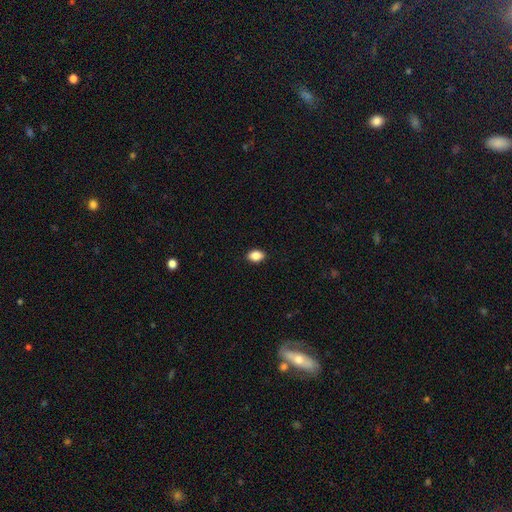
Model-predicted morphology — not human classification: Smooth or featured?
  - smooth: 87% *
  - star or artifact: 8%
  - featured or disk: 4%
How rounded?
  - in between: 79% *
  - round: 19%
  - cigar-shaped: 1%
Merging?
  - none: 89% *
  - minor disturbance: 8%
  - major disturbance: 2%
  - merger: 1%